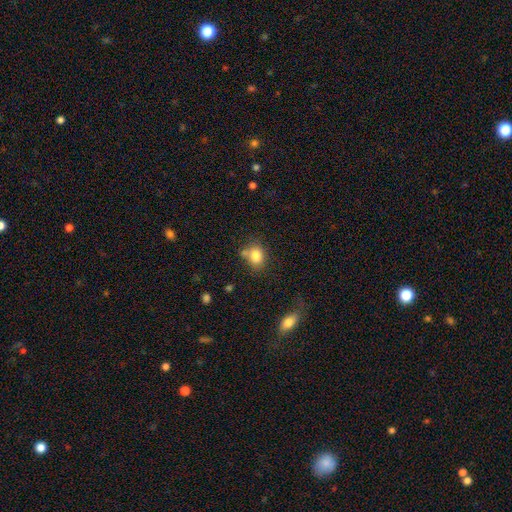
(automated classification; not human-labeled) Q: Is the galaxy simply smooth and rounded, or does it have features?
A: smooth — 81%.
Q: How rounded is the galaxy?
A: round — 52%.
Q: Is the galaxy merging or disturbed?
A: none — 61%.